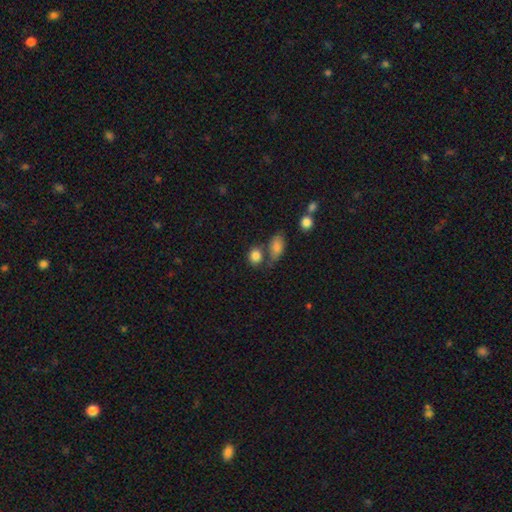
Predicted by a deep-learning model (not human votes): Smooth or featured? smooth (84%)
How rounded? round (62%)
Merging? none (60%)